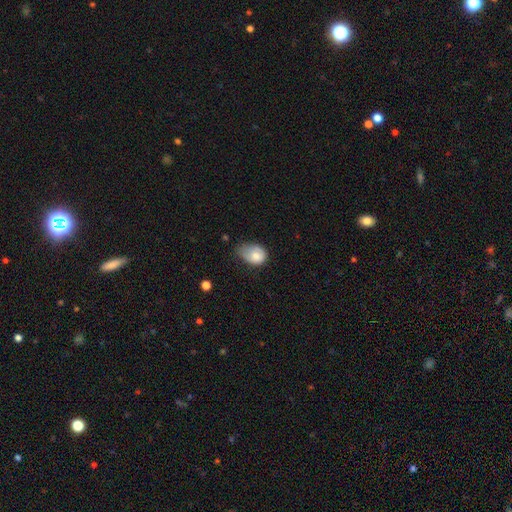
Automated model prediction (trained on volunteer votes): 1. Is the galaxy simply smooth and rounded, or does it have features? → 76% smooth, 16% featured or disk, 8% star or artifact.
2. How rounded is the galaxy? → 72% in between, 27% round, 1% cigar-shaped.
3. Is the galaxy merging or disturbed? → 51% minor disturbance, 25% major disturbance, 21% none, 3% merger.